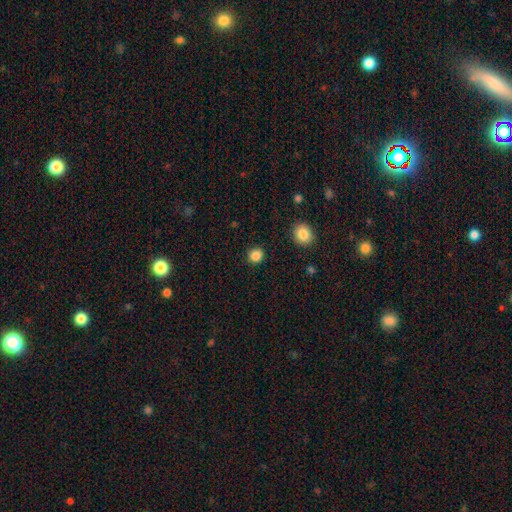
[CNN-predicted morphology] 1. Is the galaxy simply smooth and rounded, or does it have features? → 85% smooth, 11% star or artifact, 3% featured or disk.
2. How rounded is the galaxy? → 87% round, 12% in between, 1% cigar-shaped.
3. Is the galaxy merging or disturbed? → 91% none, 6% minor disturbance, 2% major disturbance, 1% merger.